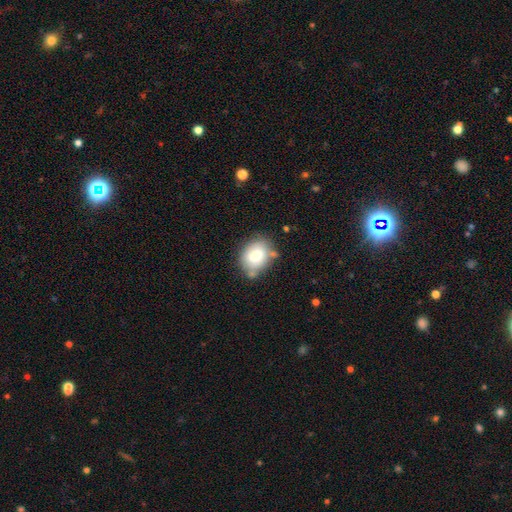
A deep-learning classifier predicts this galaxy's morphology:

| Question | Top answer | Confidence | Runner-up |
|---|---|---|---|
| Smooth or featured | smooth | 78% | featured or disk (14%) |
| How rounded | in between | 60% | round (39%) |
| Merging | none | 63% | minor disturbance (22%) |